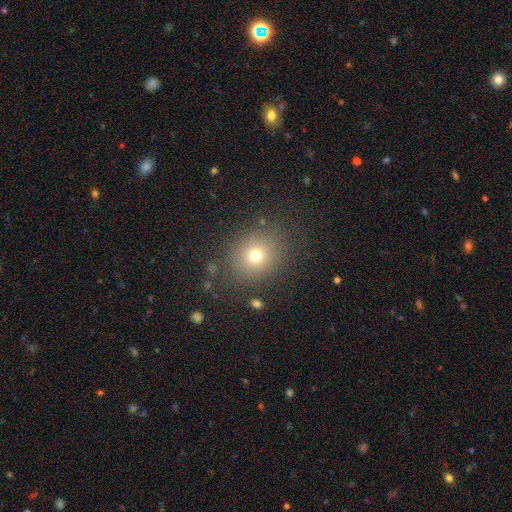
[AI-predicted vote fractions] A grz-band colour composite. It shows a smooth galaxy with no disk features (71%) that is round (75%). Merging: none (83%).